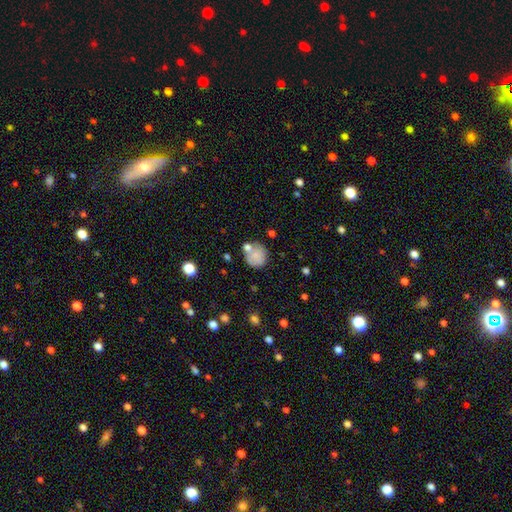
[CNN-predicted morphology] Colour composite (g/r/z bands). It shows a smooth galaxy with no disk features (76%) that is round (87%). Merging: none (61%).